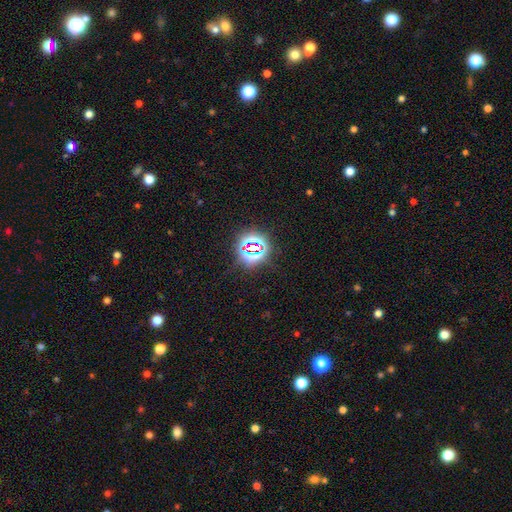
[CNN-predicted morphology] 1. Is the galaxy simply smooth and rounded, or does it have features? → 72% star or artifact, 18% smooth, 10% featured or disk.